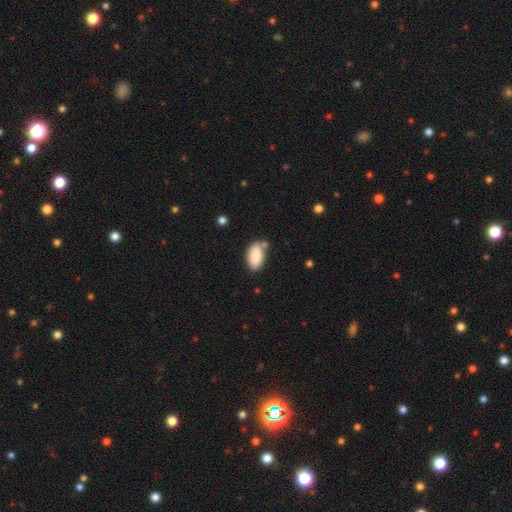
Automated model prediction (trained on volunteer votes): smooth-or-featured: smooth: 88% | star or artifact: 7% | featured or disk: 5%
  how-rounded: in between: 94% | cigar-shaped: 3% | round: 3%
  merging: none: 68% | minor disturbance: 17% | merger: 10% | major disturbance: 4%